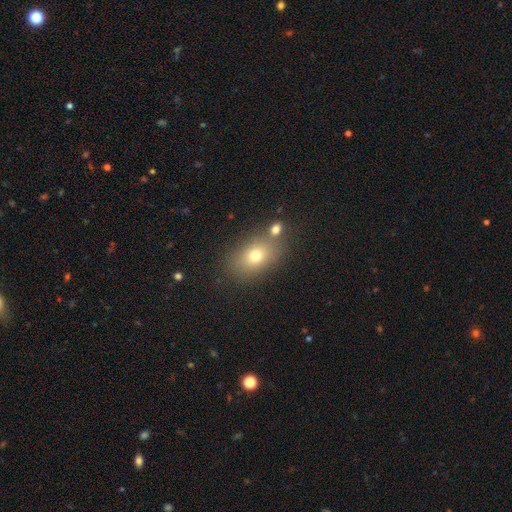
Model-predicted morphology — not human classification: smooth_or_featured: smooth (p=0.73) [alt: featured or disk p=0.15]
how_rounded: in between (p=0.75) [alt: round p=0.23]
merging: none (p=0.68) [alt: merger p=0.15]